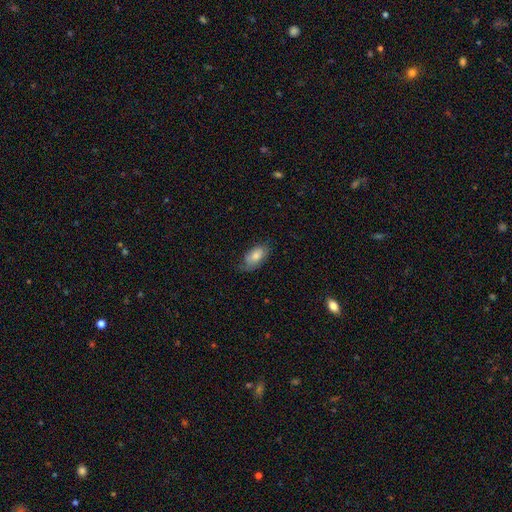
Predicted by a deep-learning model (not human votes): Smooth or featured?
  - smooth: 74% *
  - featured or disk: 20%
  - star or artifact: 6%
How rounded?
  - in between: 91% *
  - cigar-shaped: 5%
  - round: 3%
Merging?
  - none: 60% *
  - minor disturbance: 28%
  - major disturbance: 10%
  - merger: 1%